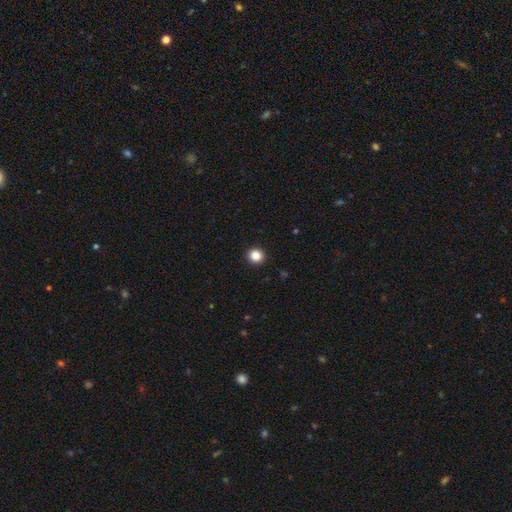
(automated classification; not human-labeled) This appears to be a smooth galaxy with no disk features (87%) that is round (88%). Merging: none (93%).